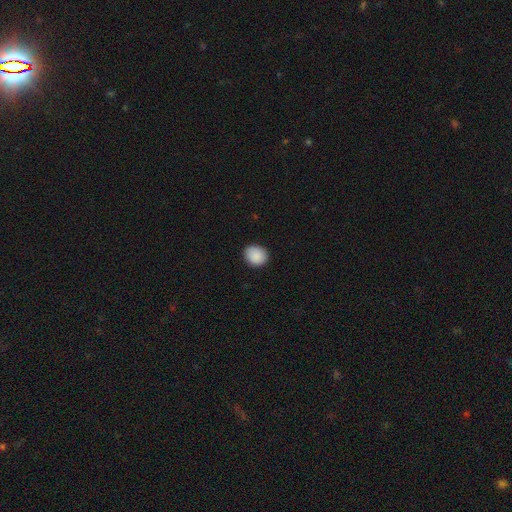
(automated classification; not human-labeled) smooth 89%, star or artifact 7%, featured or disk 3%. Down the decision tree: how rounded — round (68%); merging — none (86%).